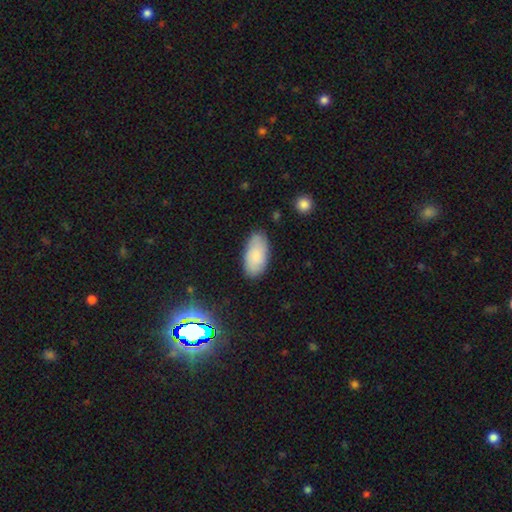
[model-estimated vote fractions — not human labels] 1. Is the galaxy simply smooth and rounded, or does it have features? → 80% smooth, 13% featured or disk, 7% star or artifact.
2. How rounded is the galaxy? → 94% in between, 3% cigar-shaped, 2% round.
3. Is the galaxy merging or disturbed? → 79% none, 16% minor disturbance, 3% major disturbance, 2% merger.